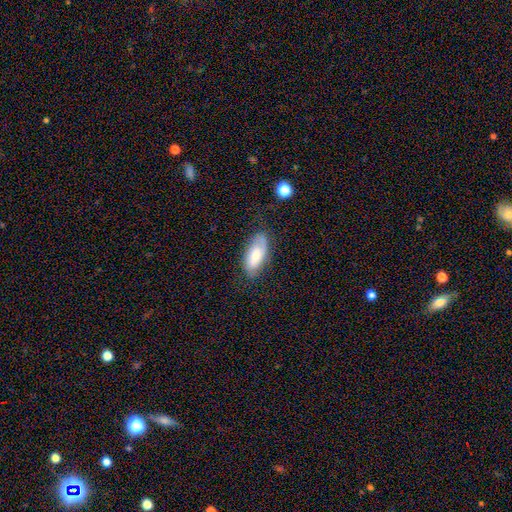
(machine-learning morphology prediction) smooth 64%, featured or disk 28%, star or artifact 7%. Down the decision tree: how rounded — in between (86%); merging — none (70%).